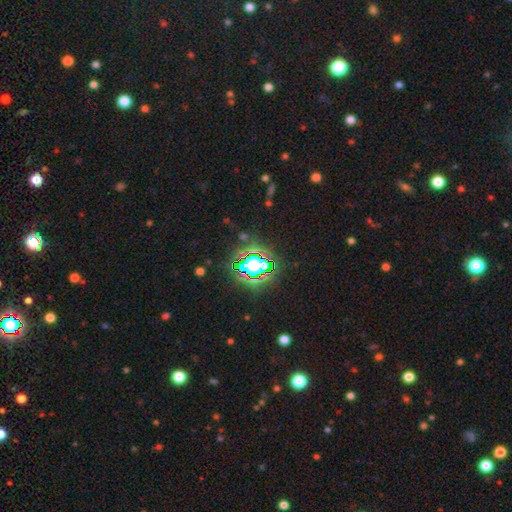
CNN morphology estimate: Overall: star or artifact (81%).